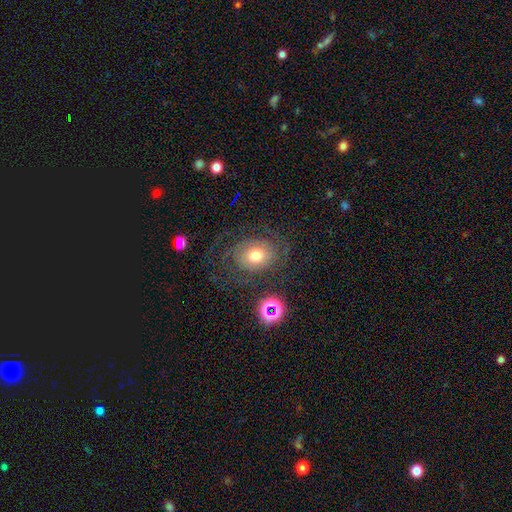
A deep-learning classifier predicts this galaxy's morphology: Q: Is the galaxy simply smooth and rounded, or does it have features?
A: featured or disk — 52%.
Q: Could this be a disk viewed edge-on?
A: no — 96%.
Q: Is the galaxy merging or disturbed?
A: none — 65%.